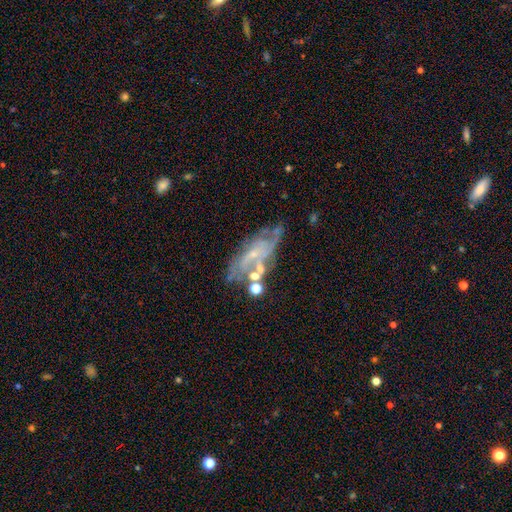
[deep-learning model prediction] This is likely a featured or disk galaxy (72%). It is clearly not viewed edge-on (91%). Bar: likely no (62%). Spiral arm pattern: likely yes (74%). Central bulge: likely small (63%). Merging: possibly none (48%).